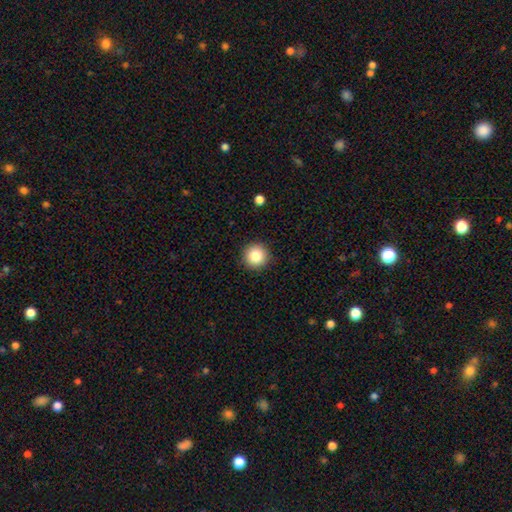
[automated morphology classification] This appears to be a smooth galaxy with no disk features (84%) that is round (96%). Merging: none (92%).